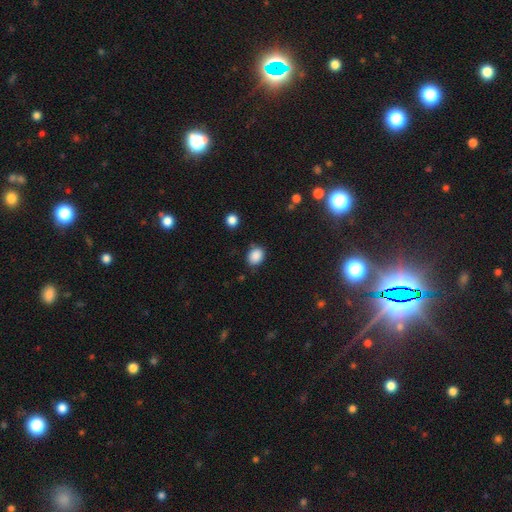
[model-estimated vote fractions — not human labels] Morphology: type=smooth (87%); roundness=in between (54%); merging=none (78%).